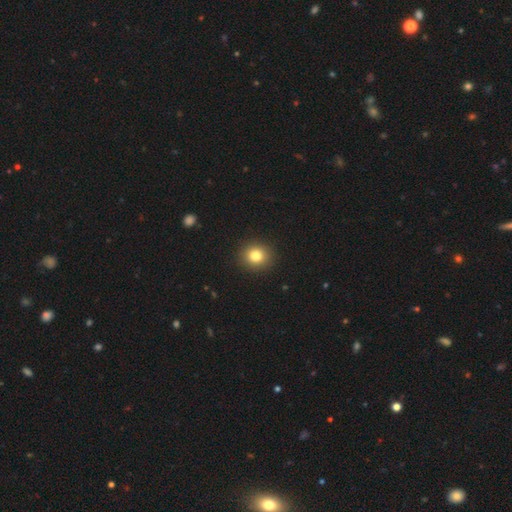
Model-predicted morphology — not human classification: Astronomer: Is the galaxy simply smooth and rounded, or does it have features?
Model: smooth — 82%.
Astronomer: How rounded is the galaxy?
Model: round — 82%.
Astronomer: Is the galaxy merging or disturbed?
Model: none — 91%.